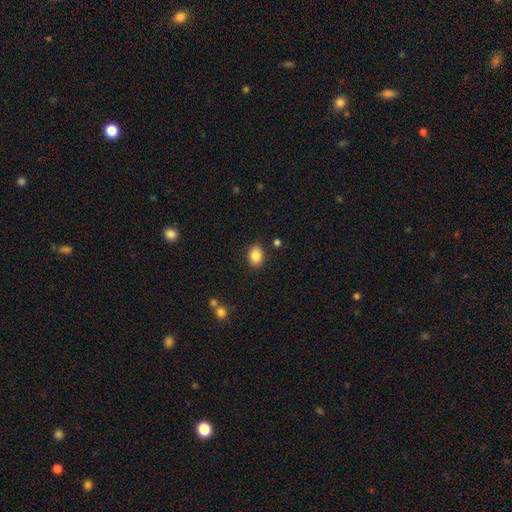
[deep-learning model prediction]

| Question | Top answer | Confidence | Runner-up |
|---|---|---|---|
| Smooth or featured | smooth | 86% | star or artifact (9%) |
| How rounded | in between | 67% | round (32%) |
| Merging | none | 86% | minor disturbance (9%) |